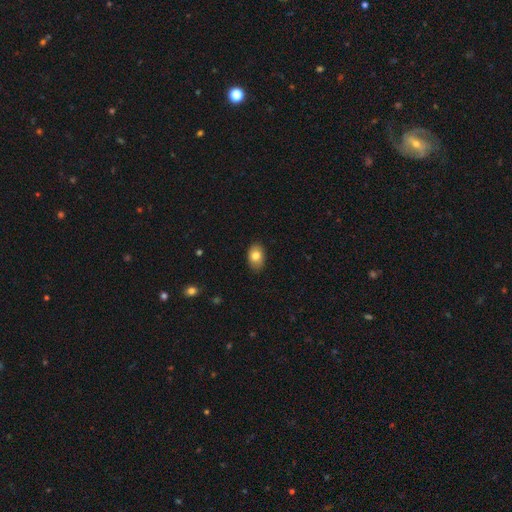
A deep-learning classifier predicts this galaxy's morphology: smooth-or-featured: smooth: 80% | featured or disk: 12% | star or artifact: 8%
  how-rounded: in between: 84% | round: 15% | cigar-shaped: 1%
  merging: none: 85% | minor disturbance: 12% | major disturbance: 2% | merger: 1%